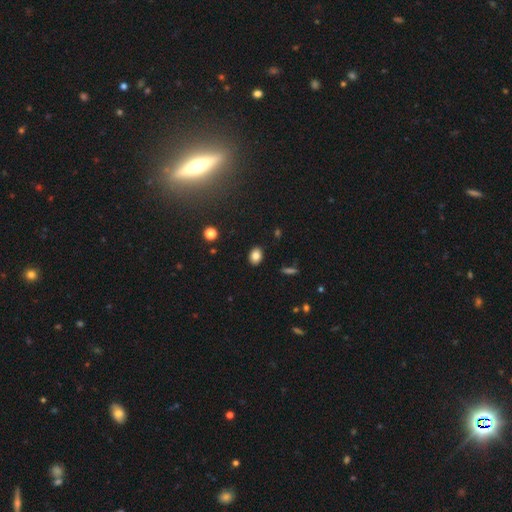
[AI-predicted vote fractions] Morphology: type=smooth (82%); roundness=in between (70%); merging=none (89%).